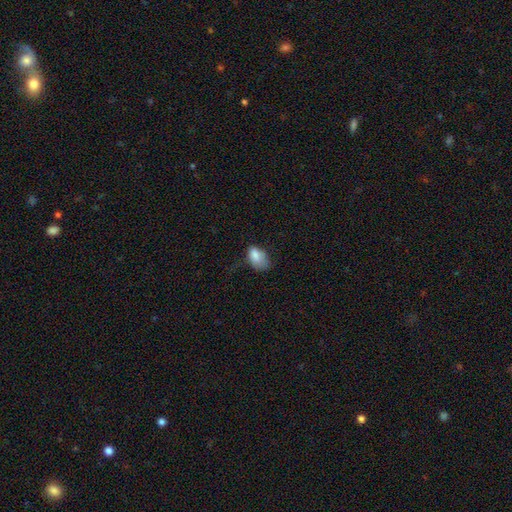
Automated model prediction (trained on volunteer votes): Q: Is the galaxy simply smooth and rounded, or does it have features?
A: smooth — 81%.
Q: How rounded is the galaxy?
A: in between — 89%.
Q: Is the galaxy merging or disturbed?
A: minor disturbance — 38%.